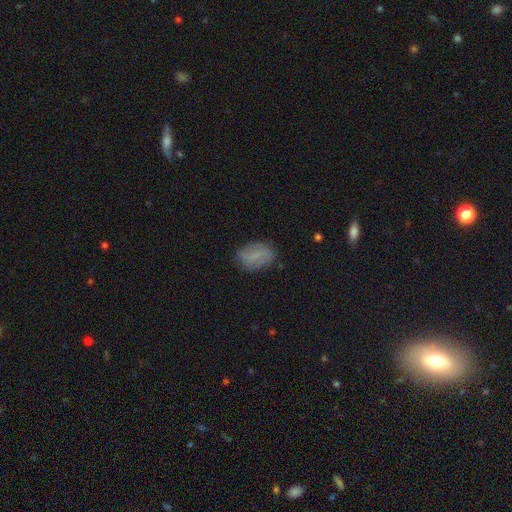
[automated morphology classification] Smooth or featured? Predicted: smooth (p=0.51). How rounded? Predicted: in between (p=0.85). Merging? Predicted: none (p=0.78).